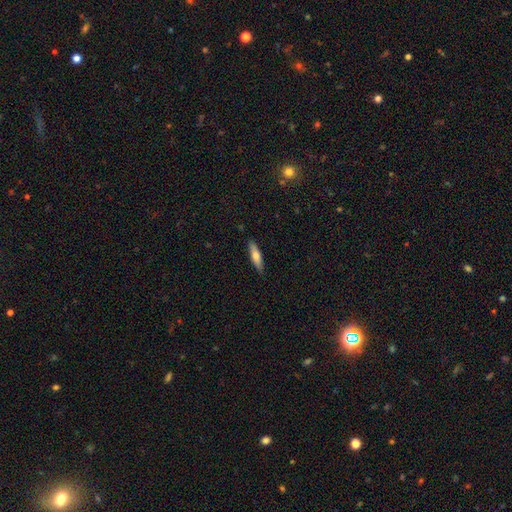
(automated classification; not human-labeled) The model was most divided on "smooth or featured": smooth: 61%, featured or disk: 33%, star or artifact: 6%. More confident: merging — none (87%); how rounded — cigar-shaped (74%).